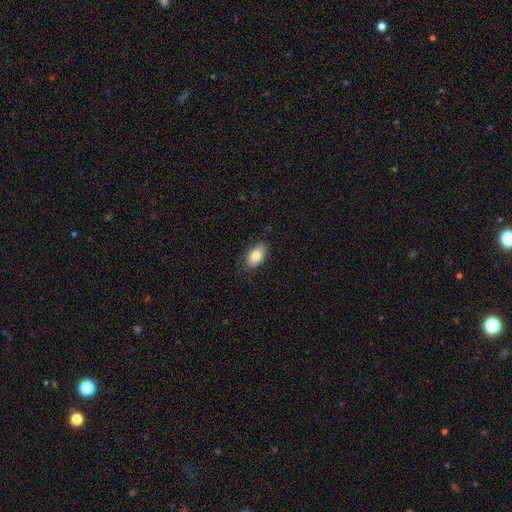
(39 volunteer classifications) Volunteers were most divided on "merging": none: 76%, minor disturbance: 22%, major disturbance: 3%, merger: 0%. More confident: how rounded — in between (88%); smooth or featured — smooth (87%).